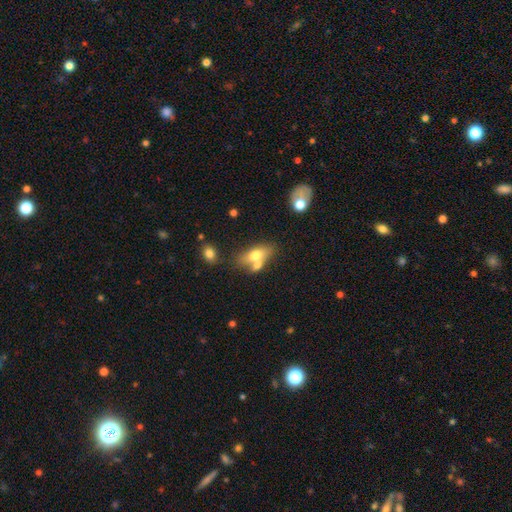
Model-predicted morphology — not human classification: A smooth galaxy with no disk features (66%) that is in between round and cigar-shaped (80%).

Vote fractions:
- Smooth or featured? smooth: 66% / featured or disk: 26% / star or artifact: 8%
- How rounded? in between: 80% / cigar-shaped: 13% / round: 7%
- Merging? none: 42% / merger: 41% / minor disturbance: 12% / major disturbance: 5%